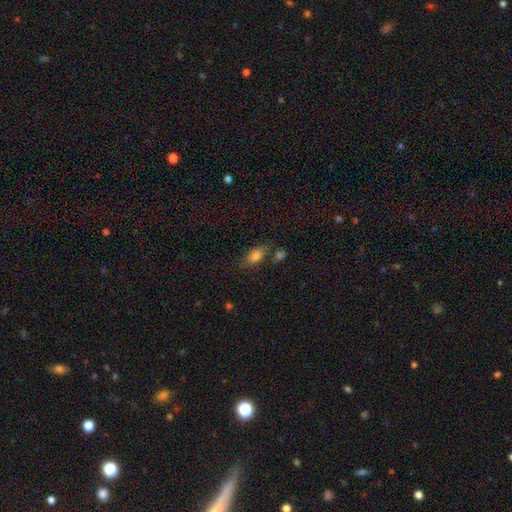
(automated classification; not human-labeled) Smooth or featured? Predicted: smooth (p=0.78). How rounded? Predicted: in between (p=0.84). Merging? Predicted: none (p=0.62).